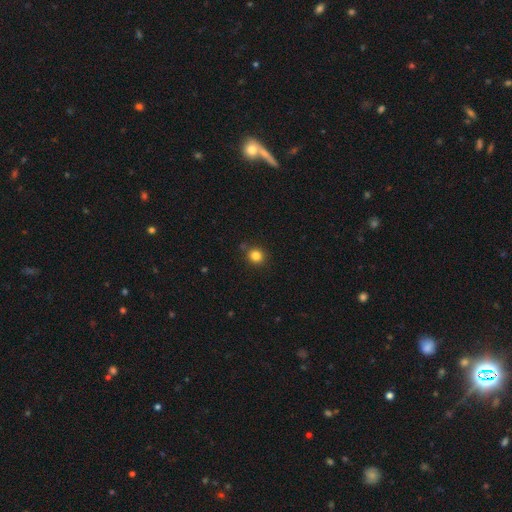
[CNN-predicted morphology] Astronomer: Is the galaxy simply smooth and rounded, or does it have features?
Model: smooth — 83%.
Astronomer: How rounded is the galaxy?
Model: round — 87%.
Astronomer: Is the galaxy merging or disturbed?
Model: none — 85%.